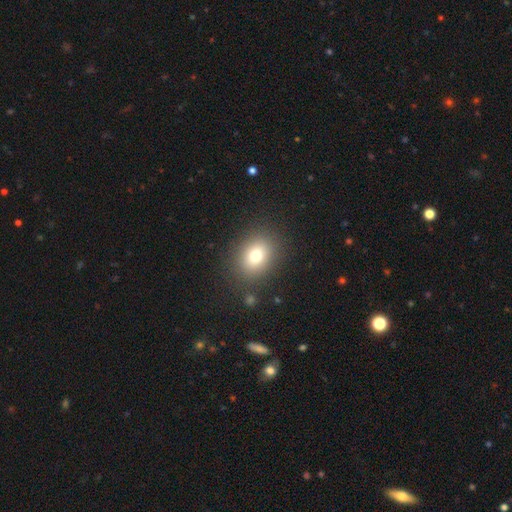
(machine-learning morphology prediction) smooth-or-featured: smooth: 76% | star or artifact: 13% | featured or disk: 12%
  how-rounded: in between: 58% | round: 41% | cigar-shaped: 1%
  merging: none: 85% | minor disturbance: 9% | major disturbance: 4% | merger: 2%